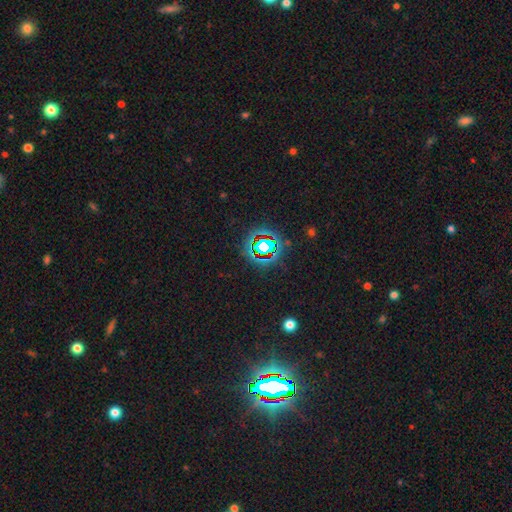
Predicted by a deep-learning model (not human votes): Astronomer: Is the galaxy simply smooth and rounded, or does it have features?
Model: star or artifact — 78%.